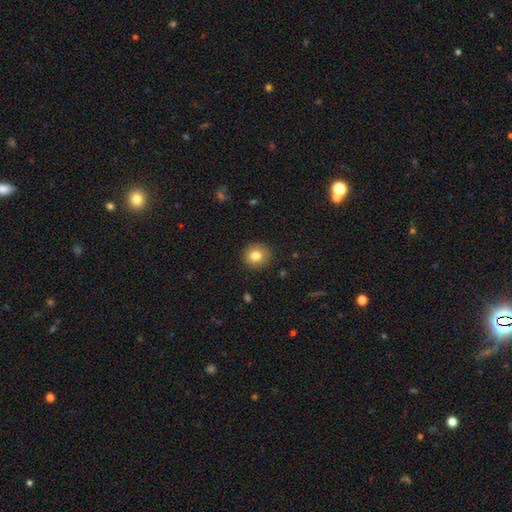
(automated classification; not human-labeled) A smooth galaxy with no disk features (81%) that is round (90%). Merging: none (90%).